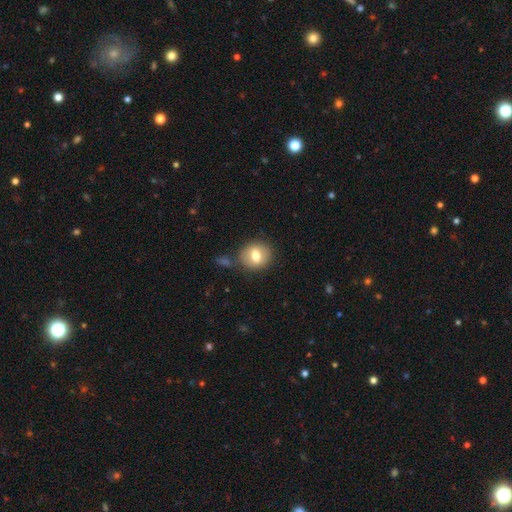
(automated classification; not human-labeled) A smooth galaxy with no disk features (70%) that is round (73%).

Vote fractions:
- Smooth or featured? smooth: 70% / featured or disk: 22% / star or artifact: 9%
- How rounded? round: 73% / in between: 26% / cigar-shaped: 1%
- Merging? none: 77% / minor disturbance: 12% / merger: 7% / major disturbance: 4%